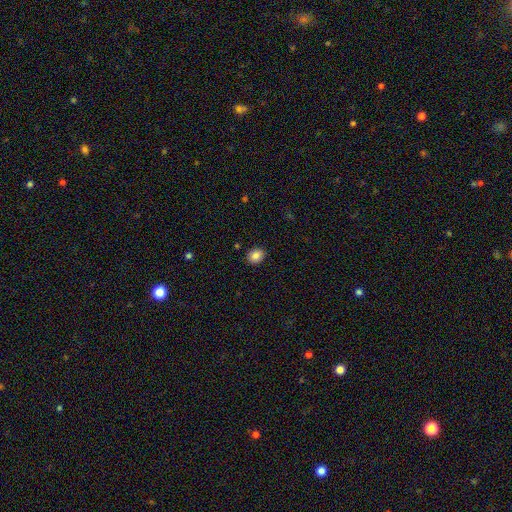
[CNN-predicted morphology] A smooth galaxy with no disk features (86%) that is round (60%).

Vote fractions:
- Smooth or featured? smooth: 86% / star or artifact: 9% / featured or disk: 5%
- How rounded? round: 60% / in between: 39% / cigar-shaped: 1%
- Merging? none: 89% / minor disturbance: 8% / major disturbance: 2% / merger: 1%